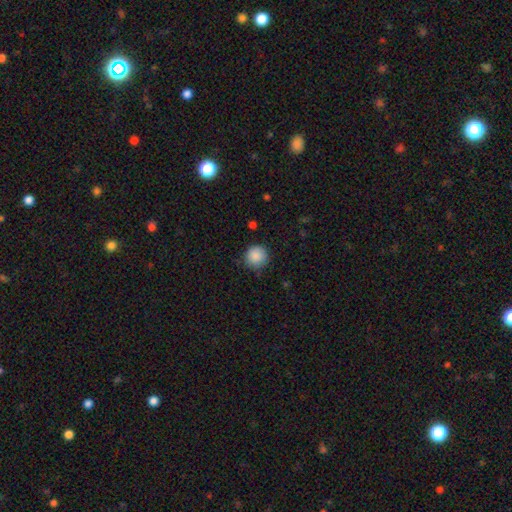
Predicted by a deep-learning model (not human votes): Morphology: type=smooth (87%); roundness=round (94%); merging=none (83%).